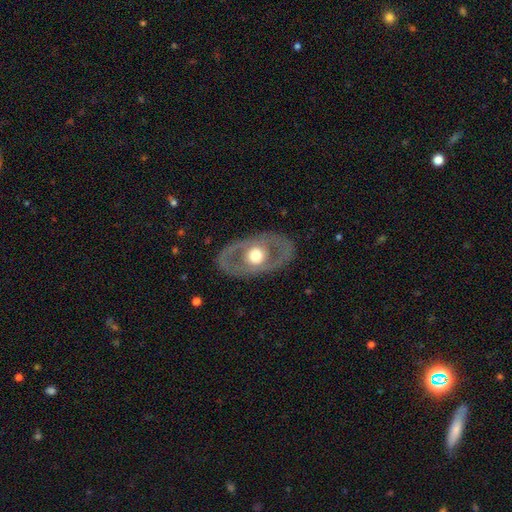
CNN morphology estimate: Smooth or featured? Predicted: featured or disk (p=0.64). Edge-on disk? Predicted: no (p=0.87). Bar? Predicted: no (p=0.84). Spiral arms? Predicted: no (p=0.85). Bulge size? Predicted: moderate (p=0.56). Merging? Predicted: none (p=0.82).